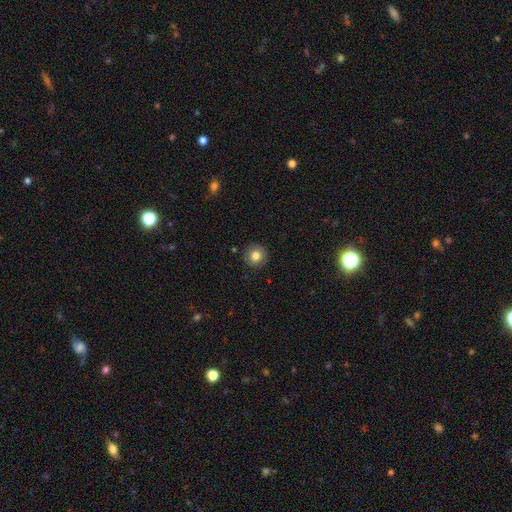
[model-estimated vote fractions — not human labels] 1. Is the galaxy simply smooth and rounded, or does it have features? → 79% smooth, 11% featured or disk, 10% star or artifact.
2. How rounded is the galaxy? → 95% round, 5% in between, 1% cigar-shaped.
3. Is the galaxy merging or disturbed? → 90% none, 7% minor disturbance, 2% major disturbance, 1% merger.